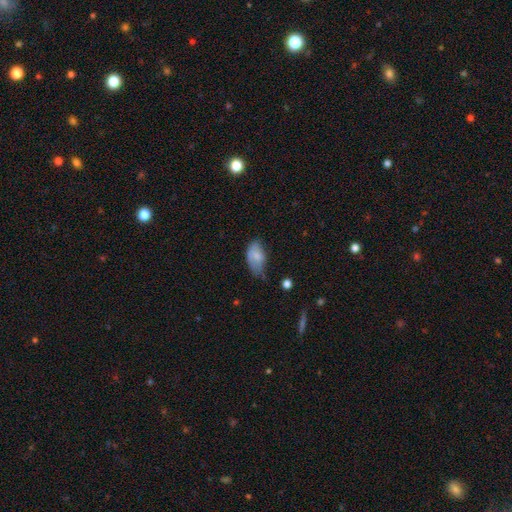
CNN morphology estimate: Overall: smooth (77%). How rounded: in between (93%). Merging: minor disturbance (44%; none 37%).